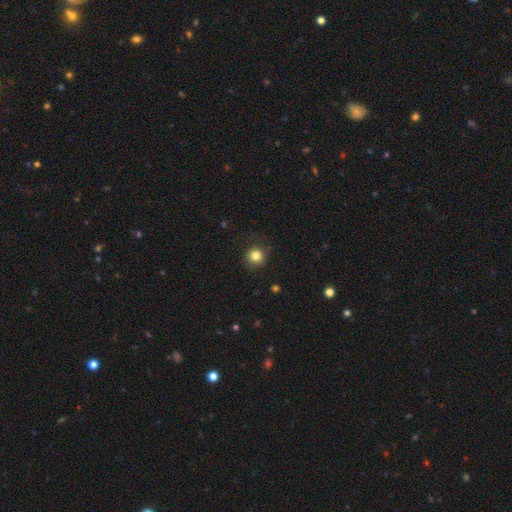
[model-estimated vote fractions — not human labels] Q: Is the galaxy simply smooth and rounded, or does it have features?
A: smooth — 82%.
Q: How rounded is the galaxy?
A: round — 92%.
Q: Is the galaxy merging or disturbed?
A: none — 85%.